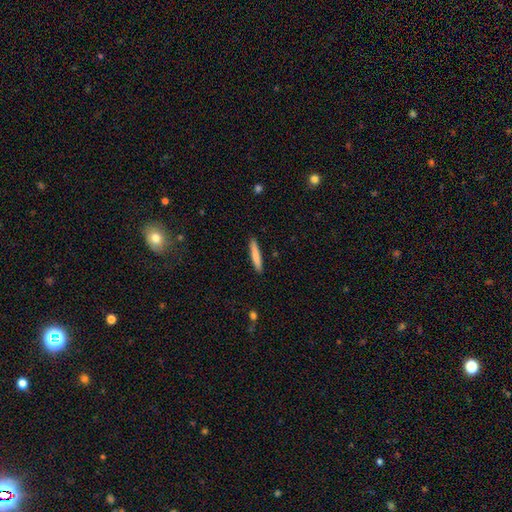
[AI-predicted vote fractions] Morphology: type=smooth (79%); roundness=cigar-shaped (93%); merging=none (91%).